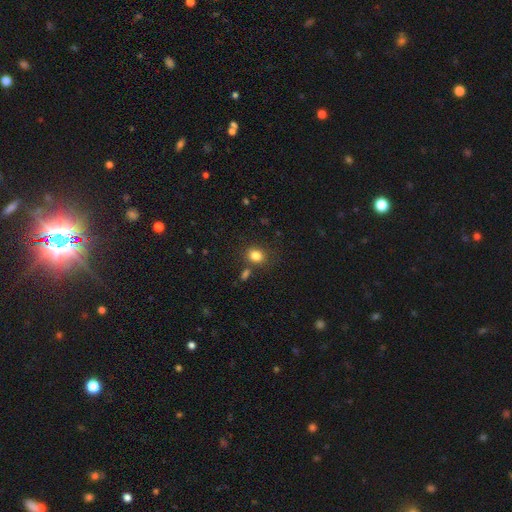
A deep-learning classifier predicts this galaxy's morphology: A smooth galaxy with no disk features (82%) that is round (56%).

Vote fractions:
- Smooth or featured? smooth: 82% / star or artifact: 12% / featured or disk: 6%
- How rounded? round: 56% / in between: 43% / cigar-shaped: 1%
- Merging? none: 74% / minor disturbance: 12% / merger: 10% / major disturbance: 4%